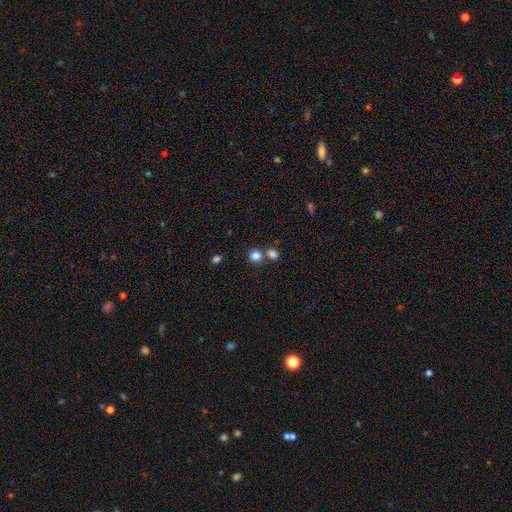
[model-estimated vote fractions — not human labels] This is clearly a smooth galaxy (82%). How rounded: clearly round (83%). Merging: possibly none (59%).